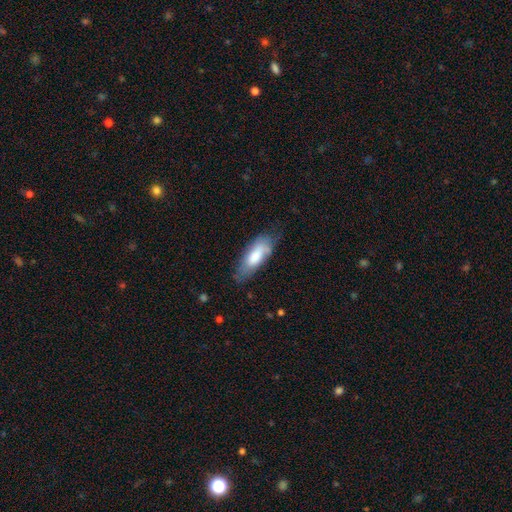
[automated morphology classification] The model was most divided on "merging": none: 58%, minor disturbance: 30%, major disturbance: 10%, merger: 2%. More confident: smooth or featured — smooth (73%); how rounded — in between (70%).